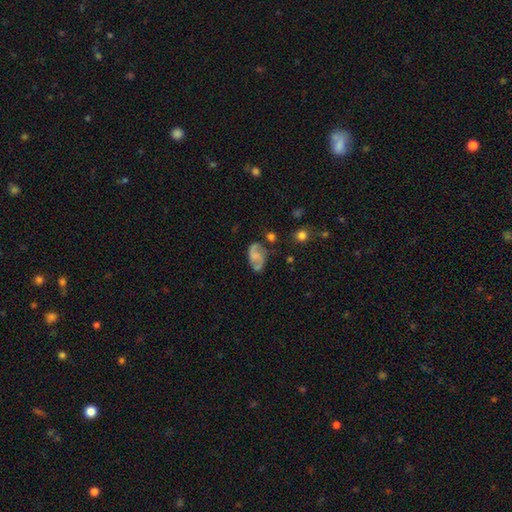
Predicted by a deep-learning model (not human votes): A featured or disk galaxy (56%) with no bar (60%), spiral arms (81%) and no central bulge (50%).

Vote fractions:
- Smooth or featured? featured or disk: 56% / smooth: 35% / star or artifact: 9%
- Edge-on disk? no: 97% / yes: 3%
- Bar? no: 60% / weak: 32% / strong: 7%
- Spiral arms? yes: 81% / no: 19%
- Bulge size? none: 50% / small: 25% / moderate: 17% / large: 5% / dominant: 2%
- Merging? none: 52% / minor disturbance: 25% / major disturbance: 13% / merger: 11%